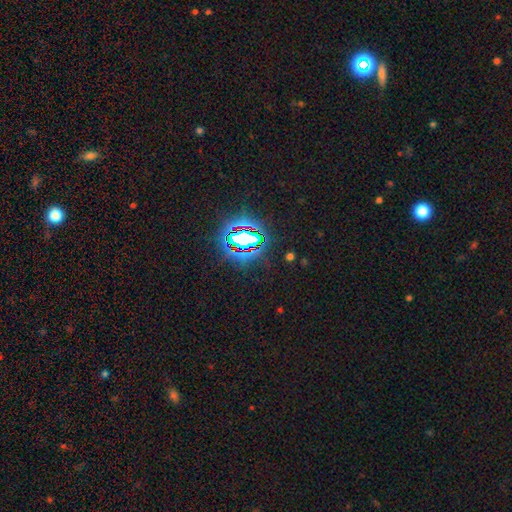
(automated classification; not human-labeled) star or artifact 82%, smooth 11%, featured or disk 7%.